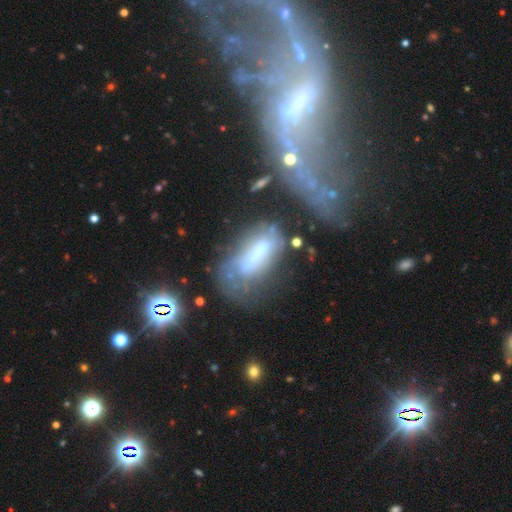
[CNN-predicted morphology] Smooth or featured: featured or disk — 45% (smooth — 40%)
Merging: none — 39% (minor disturbance — 25%)